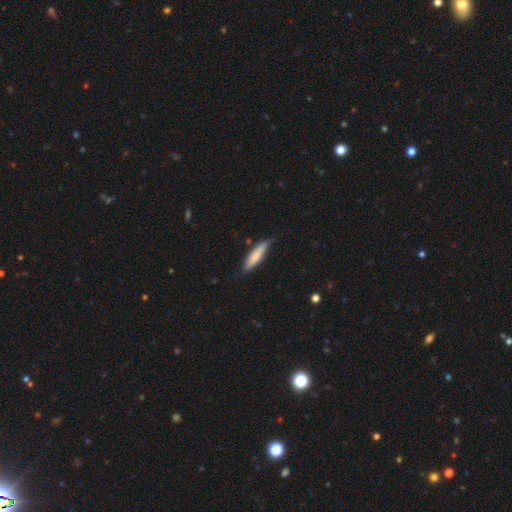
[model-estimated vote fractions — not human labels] This appears to be a smooth galaxy with no disk features (77%) that is cigar-shaped (81%). Merging: none (78%).